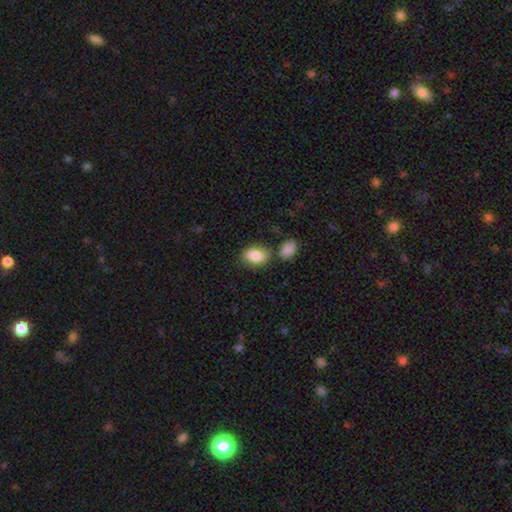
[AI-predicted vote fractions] smooth-or-featured: smooth: 87% | star or artifact: 7% | featured or disk: 6%
  how-rounded: in between: 86% | round: 13% | cigar-shaped: 2%
  merging: none: 66% | merger: 15% | minor disturbance: 15% | major disturbance: 4%